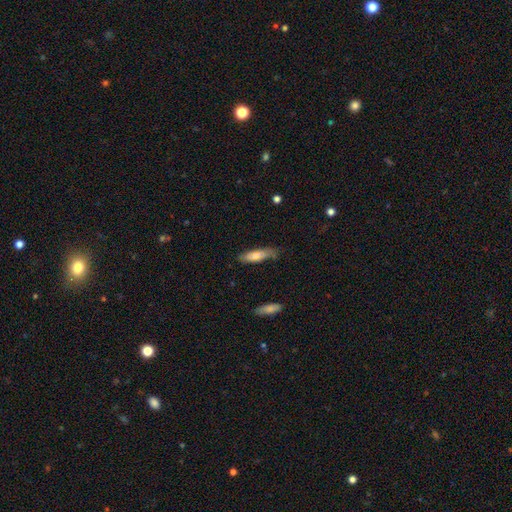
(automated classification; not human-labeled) A smooth galaxy with no disk features (69%) that is cigar-shaped (62%). Merging: none (67%).